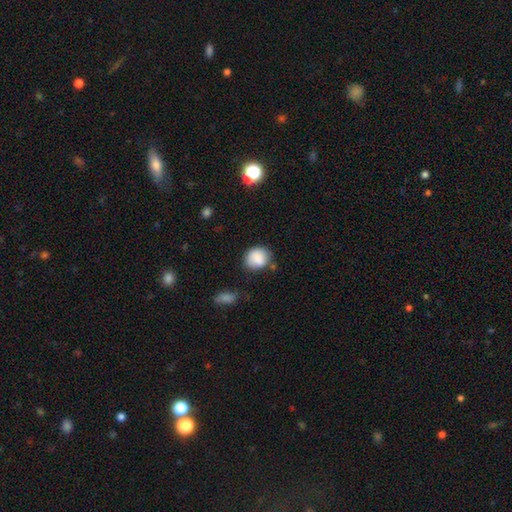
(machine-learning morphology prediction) type=smooth (85%); roundness=round (72%); merging=none (69%).